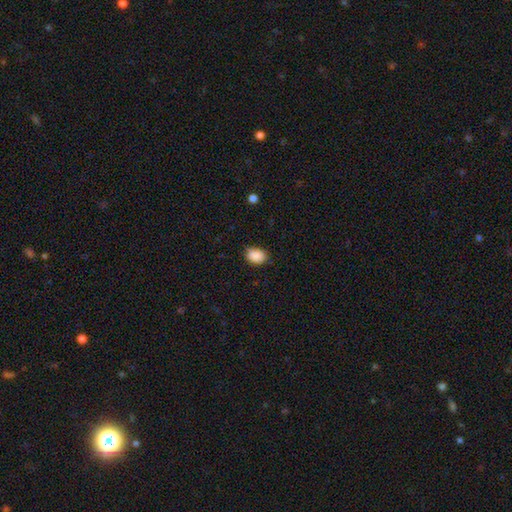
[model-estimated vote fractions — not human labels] smooth-or-featured: smooth: 89% | star or artifact: 8% | featured or disk: 3%
  how-rounded: in between: 73% | round: 26% | cigar-shaped: 1%
  merging: none: 80% | minor disturbance: 16% | major disturbance: 3% | merger: 1%